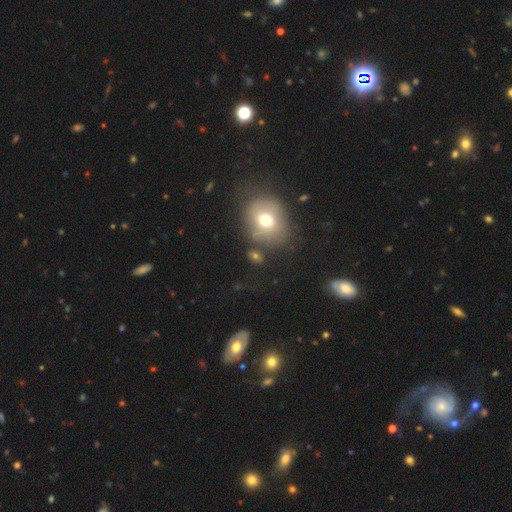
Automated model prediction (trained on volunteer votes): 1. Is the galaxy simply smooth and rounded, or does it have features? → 60% smooth, 23% featured or disk, 17% star or artifact.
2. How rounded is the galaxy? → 60% round, 38% in between, 2% cigar-shaped.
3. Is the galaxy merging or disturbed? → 65% none, 18% minor disturbance, 10% major disturbance, 7% merger.